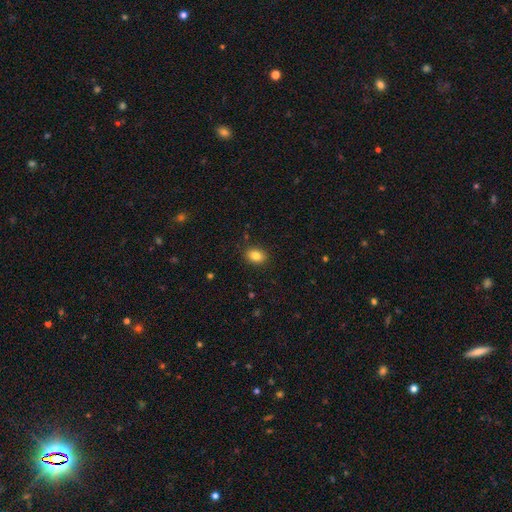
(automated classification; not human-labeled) This appears to be a smooth galaxy with no disk features (84%) that is in between round and cigar-shaped (72%). Merging: none (88%).